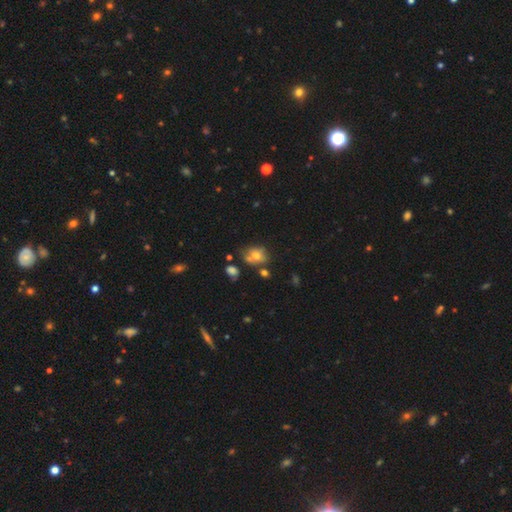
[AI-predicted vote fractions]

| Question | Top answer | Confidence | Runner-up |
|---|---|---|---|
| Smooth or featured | smooth | 66% | featured or disk (21%) |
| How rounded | in between | 50% | round (48%) |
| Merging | none | 50% | minor disturbance (23%) |